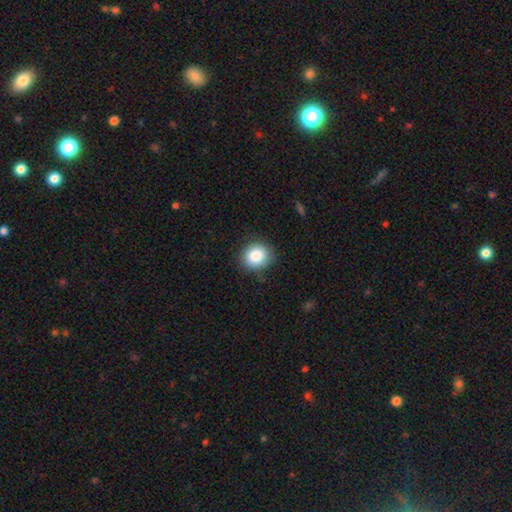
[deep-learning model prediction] A smooth galaxy with no disk features (85%) that is round (83%). Merging: none (87%).